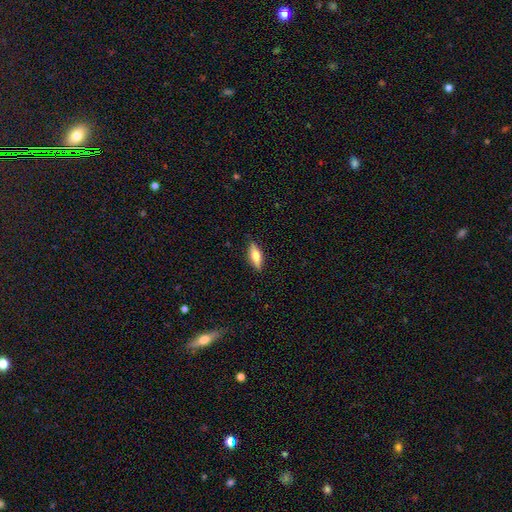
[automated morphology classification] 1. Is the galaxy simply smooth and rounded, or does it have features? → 64% smooth, 30% featured or disk, 7% star or artifact.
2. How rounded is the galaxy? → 62% in between, 35% cigar-shaped, 3% round.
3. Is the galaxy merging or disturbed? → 87% none, 9% minor disturbance, 2% major disturbance, 1% merger.